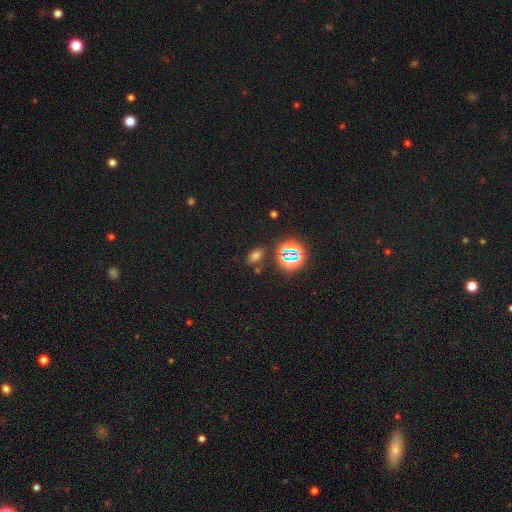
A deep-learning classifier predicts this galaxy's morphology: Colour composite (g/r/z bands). It shows a smooth galaxy with no disk features (62%) that is in between round and cigar-shaped (84%). Merging: none (79%).